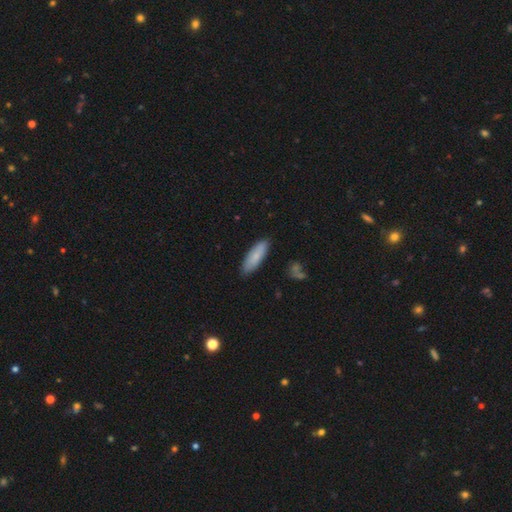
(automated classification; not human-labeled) Smooth or featured: smooth — 80% (featured or disk — 14%)
How rounded: in between — 51% (cigar-shaped — 48%)
Merging: none — 86% (minor disturbance — 11%)